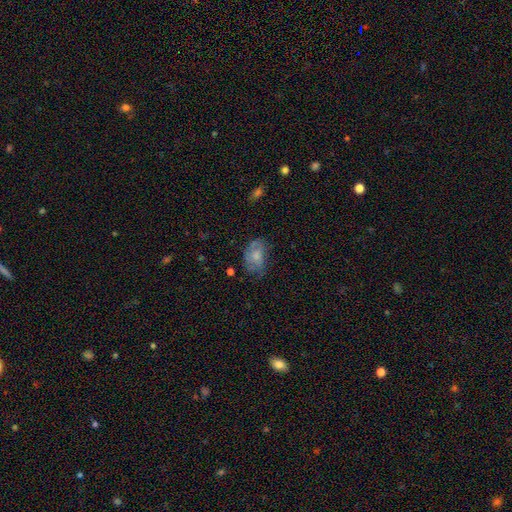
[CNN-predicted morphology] Overall: smooth (64%; featured or disk 28%). How rounded: in between (83%). Merging: none (53%; minor disturbance 30%).